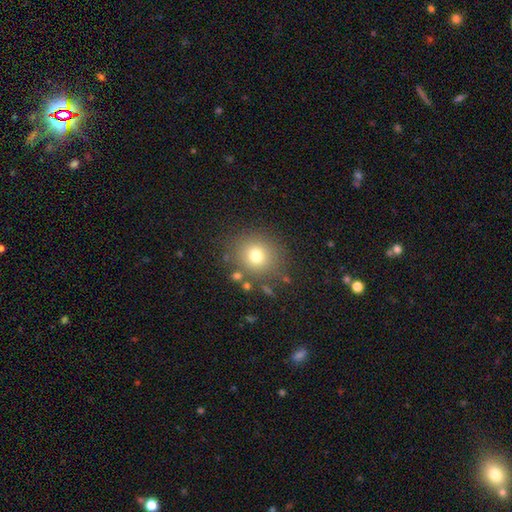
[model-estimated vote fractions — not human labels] The model was most divided on "smooth or featured": smooth: 74%, star or artifact: 15%, featured or disk: 11%. More confident: how rounded — round (86%); merging — none (81%).